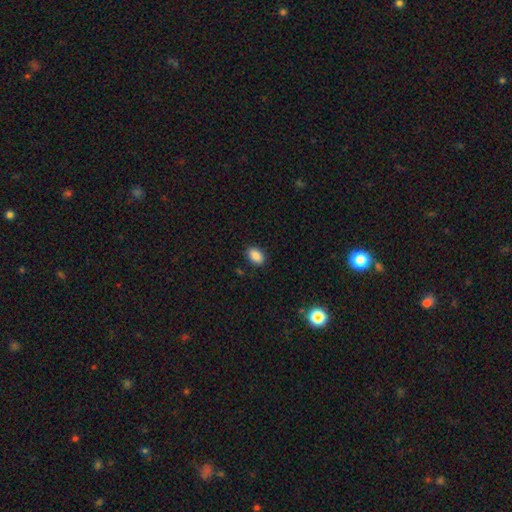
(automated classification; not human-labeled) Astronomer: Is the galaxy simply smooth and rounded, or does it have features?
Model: smooth — 89%.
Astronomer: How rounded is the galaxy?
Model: in between — 86%.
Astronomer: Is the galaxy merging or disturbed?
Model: none — 88%.